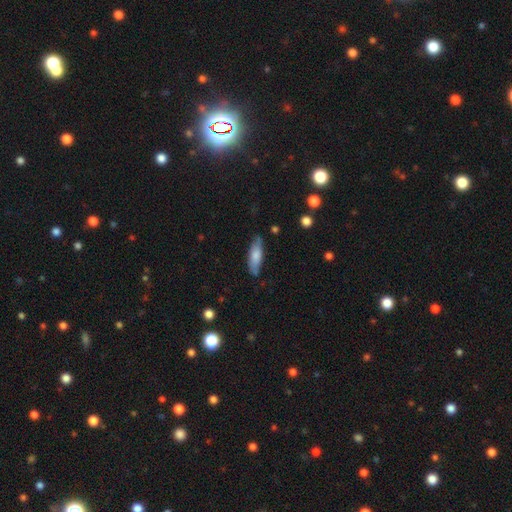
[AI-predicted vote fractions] smooth_or_featured: smooth (p=0.73) [alt: featured or disk p=0.21]
how_rounded: in between (p=0.56) [alt: cigar-shaped p=0.42]
merging: none (p=0.74) [alt: minor disturbance p=0.21]